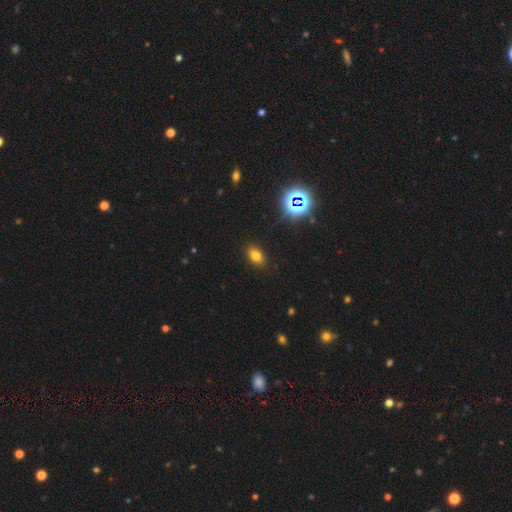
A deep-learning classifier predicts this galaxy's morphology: This is likely a smooth galaxy (73%). How rounded: clearly in between (84%). Merging: clearly none (88%).